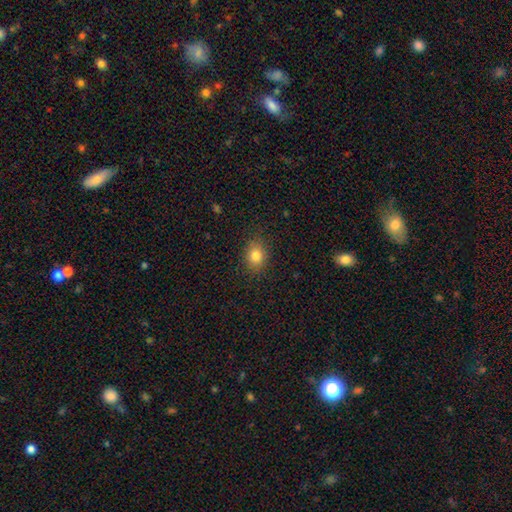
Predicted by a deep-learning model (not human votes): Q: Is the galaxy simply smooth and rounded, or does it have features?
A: smooth — 82%.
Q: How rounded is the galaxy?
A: in between — 55%.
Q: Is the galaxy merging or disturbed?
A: none — 86%.